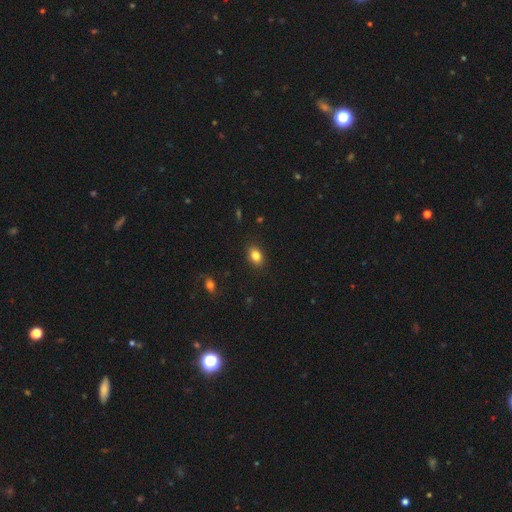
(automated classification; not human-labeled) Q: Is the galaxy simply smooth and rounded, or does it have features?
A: smooth — 83%.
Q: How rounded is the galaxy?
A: in between — 76%.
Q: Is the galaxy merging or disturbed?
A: none — 88%.